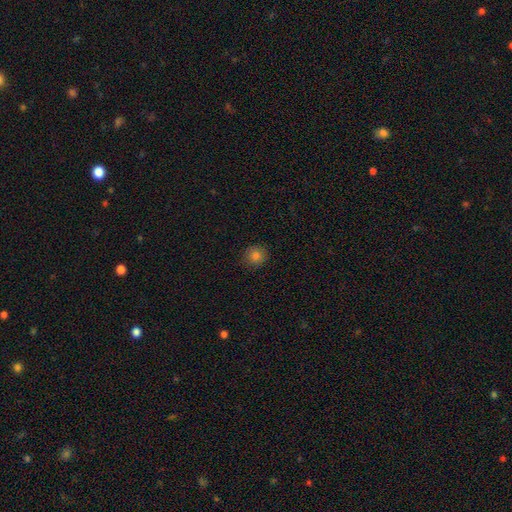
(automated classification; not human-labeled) A smooth galaxy with no disk features (80%) that is round (88%).

Vote fractions:
- Smooth or featured? smooth: 80% / star or artifact: 13% / featured or disk: 7%
- How rounded? round: 88% / in between: 11% / cigar-shaped: 1%
- Merging? none: 88% / minor disturbance: 9% / major disturbance: 2% / merger: 1%